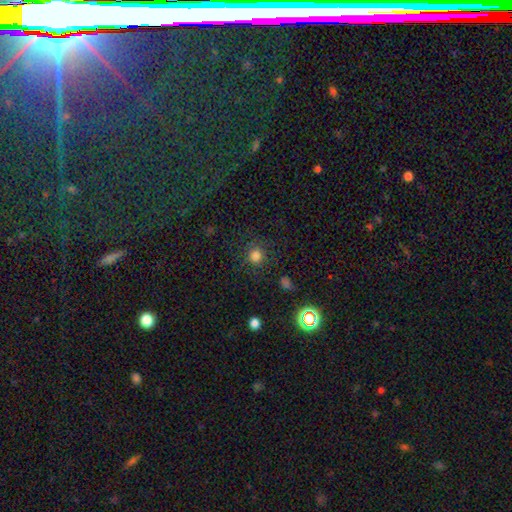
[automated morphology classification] Smooth or featured? Predicted: smooth (p=0.79). How rounded? Predicted: round (p=0.90). Merging? Predicted: none (p=0.82).